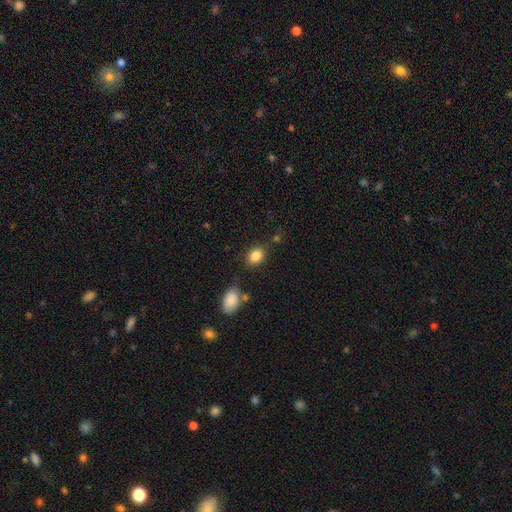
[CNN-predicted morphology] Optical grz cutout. It shows a smooth galaxy with no disk features (85%) that is in between round and cigar-shaped (64%). Merging: none (76%).